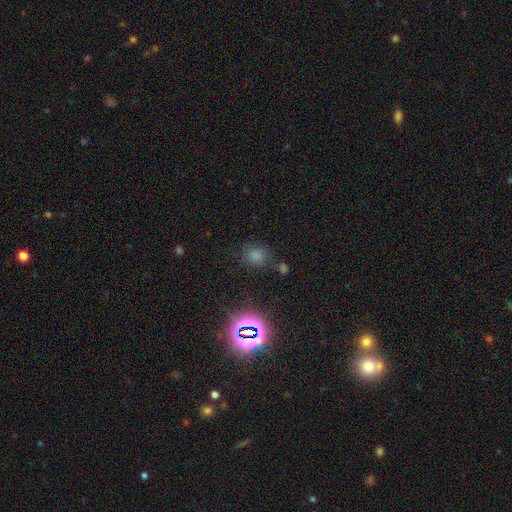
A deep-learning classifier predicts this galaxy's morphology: smooth_or_featured: smooth (p=0.69) [alt: star or artifact p=0.25]
how_rounded: round (p=0.70) [alt: in between p=0.29]
merging: none (p=0.74) [alt: minor disturbance p=0.14]